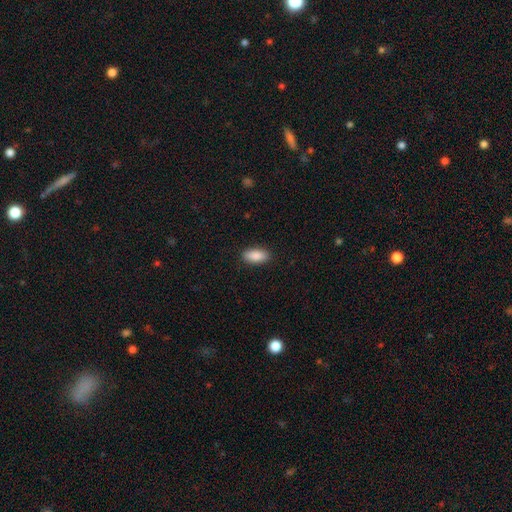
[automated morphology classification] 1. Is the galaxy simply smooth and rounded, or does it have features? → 89% smooth, 6% star or artifact, 5% featured or disk.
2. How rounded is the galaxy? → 89% in between, 9% cigar-shaped, 2% round.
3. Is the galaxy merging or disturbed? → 90% none, 7% minor disturbance, 2% major disturbance, 1% merger.